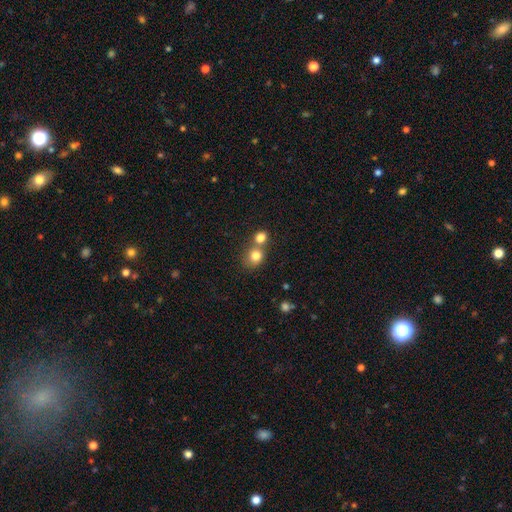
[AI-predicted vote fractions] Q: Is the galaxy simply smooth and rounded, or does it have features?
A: smooth — 80%.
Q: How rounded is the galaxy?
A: round — 75%.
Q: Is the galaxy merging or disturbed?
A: merger — 49%.